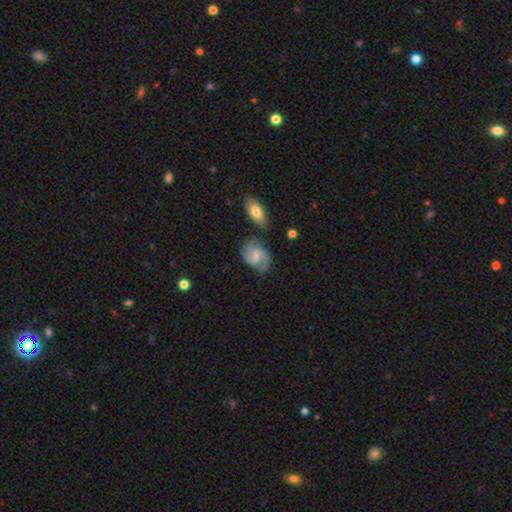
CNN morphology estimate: type=featured or disk (74%); edge-on=no (97%); bar=weak (53%); spiral arms=yes (94%); winding=medium (55%); arm count=2 (87%); bulge=small (50%); merging=none (67%).